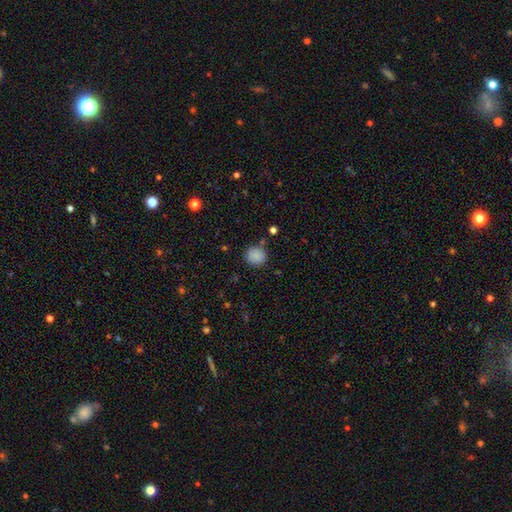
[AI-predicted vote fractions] smooth-or-featured: smooth: 85% | star or artifact: 9% | featured or disk: 5%
  how-rounded: round: 87% | in between: 12% | cigar-shaped: 1%
  merging: none: 82% | minor disturbance: 11% | merger: 4% | major disturbance: 3%